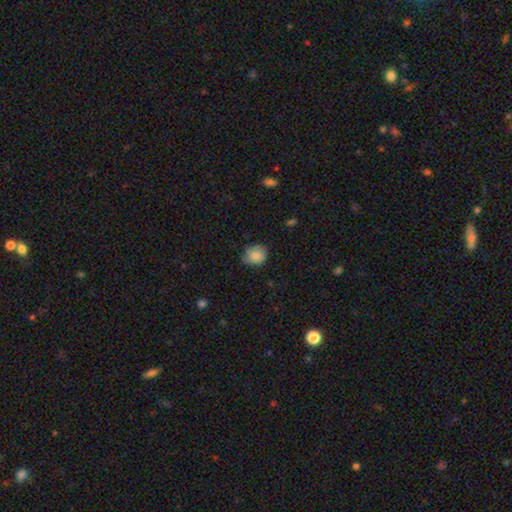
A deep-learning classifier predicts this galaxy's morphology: type=smooth (83%); roundness=round (61%); merging=none (62%).